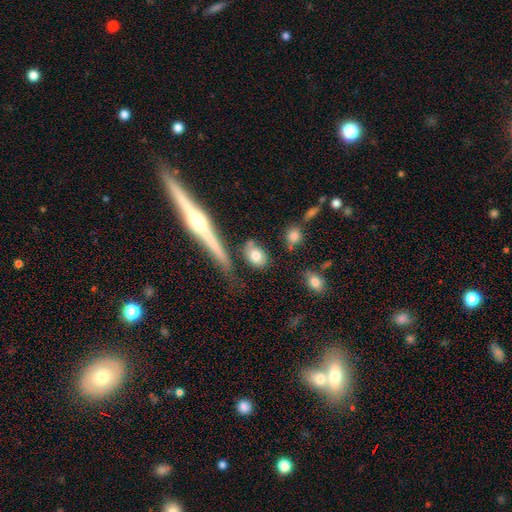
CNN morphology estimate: A smooth galaxy with no disk features (76%) that is in between round and cigar-shaped (65%).

Vote fractions:
- Smooth or featured? smooth: 76% / featured or disk: 16% / star or artifact: 8%
- How rounded? in between: 65% / round: 28% / cigar-shaped: 7%
- Merging? none: 67% / minor disturbance: 17% / merger: 10% / major disturbance: 6%